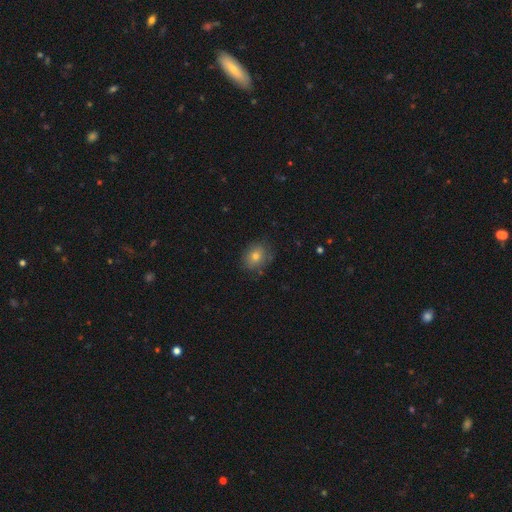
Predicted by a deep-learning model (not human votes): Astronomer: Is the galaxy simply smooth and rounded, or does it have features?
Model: smooth — 75%.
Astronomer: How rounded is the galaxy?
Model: round — 58% (runner-up: in between, 41%).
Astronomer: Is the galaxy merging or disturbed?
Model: none — 79%.